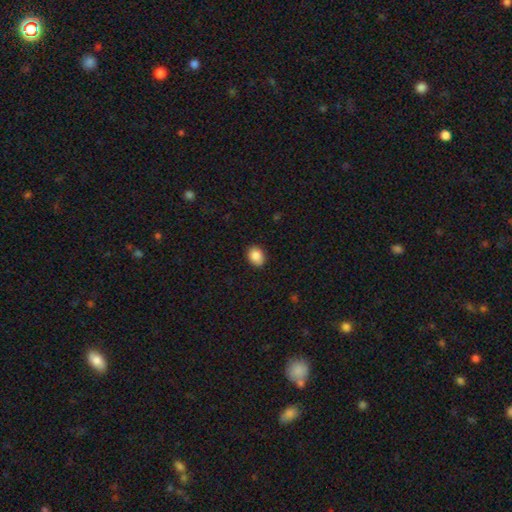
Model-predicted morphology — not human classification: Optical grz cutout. It shows a smooth galaxy with no disk features (87%) that is in between round and cigar-shaped (59%). Merging: none (88%).